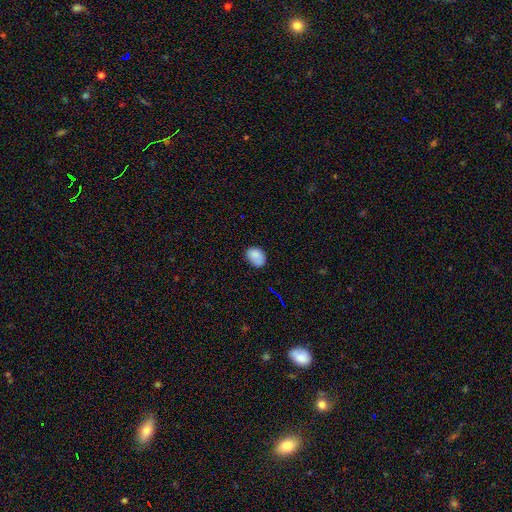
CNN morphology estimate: Smooth or featured? Predicted: smooth (p=0.85). How rounded? Predicted: in between (p=0.73). Merging? Predicted: none (p=0.72).